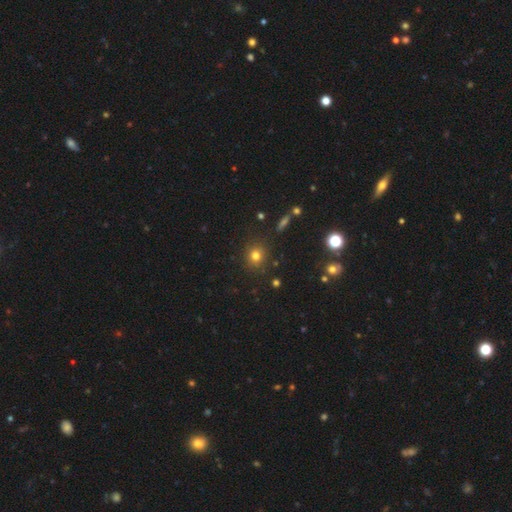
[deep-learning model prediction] Smooth or featured?
  - smooth: 76% *
  - star or artifact: 17%
  - featured or disk: 7%
How rounded?
  - round: 83% *
  - in between: 16%
  - cigar-shaped: 1%
Merging?
  - none: 86% *
  - minor disturbance: 9%
  - major disturbance: 3%
  - merger: 2%